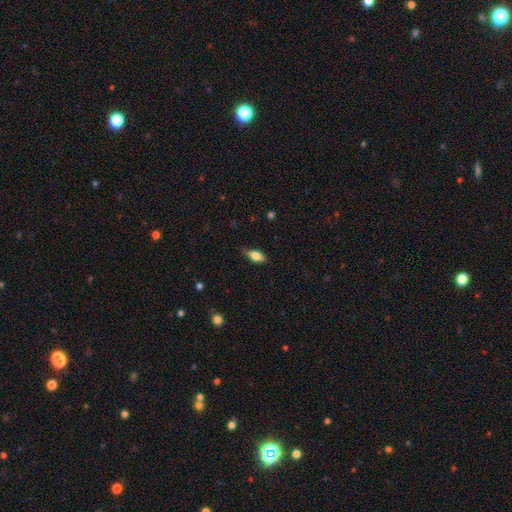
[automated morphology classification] type=smooth (65%); roundness=in between (82%); merging=none (80%).